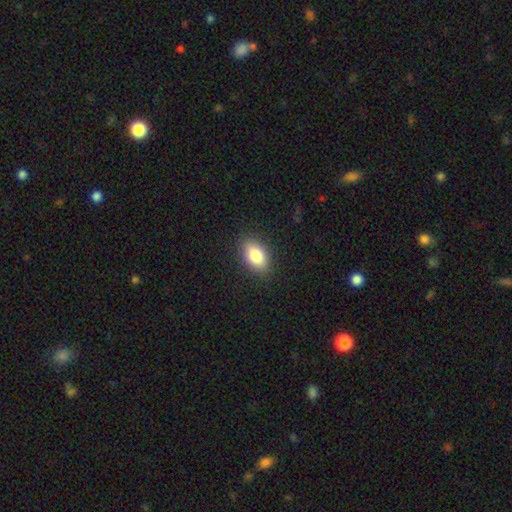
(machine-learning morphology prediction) Smooth or featured? smooth (83%)
How rounded? in between (89%)
Merging? none (88%)